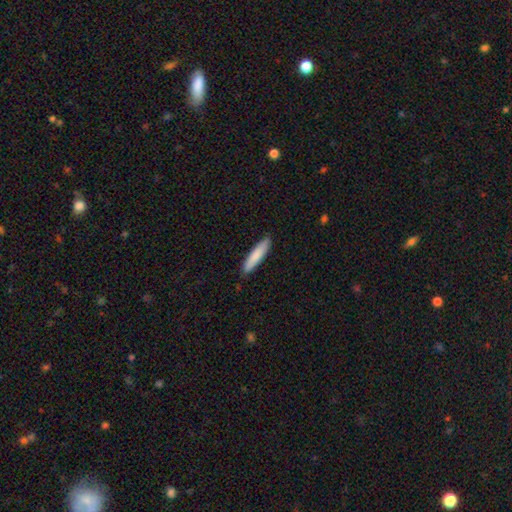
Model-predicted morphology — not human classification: Smooth or featured? smooth (82%)
How rounded? cigar-shaped (85%)
Merging? none (89%)